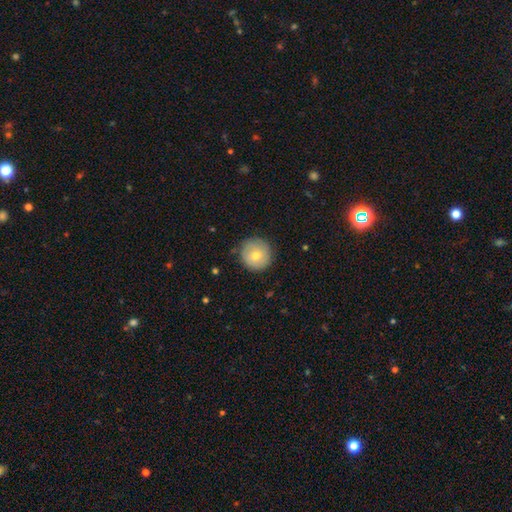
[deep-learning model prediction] A smooth galaxy with no disk features (71%) that is round (95%).

Vote fractions:
- Smooth or featured? smooth: 71% / featured or disk: 21% / star or artifact: 8%
- How rounded? round: 95% / in between: 4% / cigar-shaped: 1%
- Merging? none: 82% / minor disturbance: 14% / major disturbance: 3% / merger: 1%